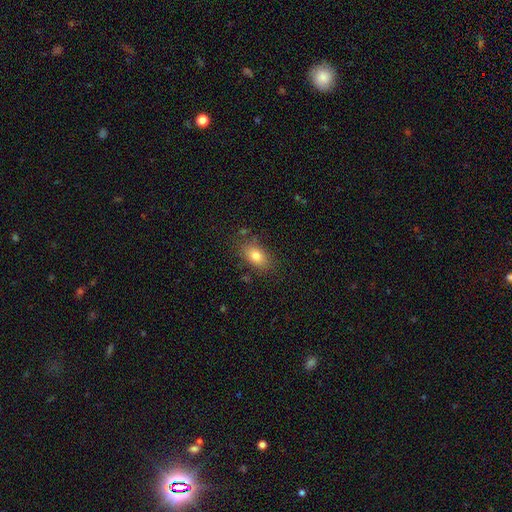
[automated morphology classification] Smooth or featured: smooth — 80% (featured or disk — 11%)
How rounded: in between — 87% (round — 10%)
Merging: none — 78% (minor disturbance — 15%)